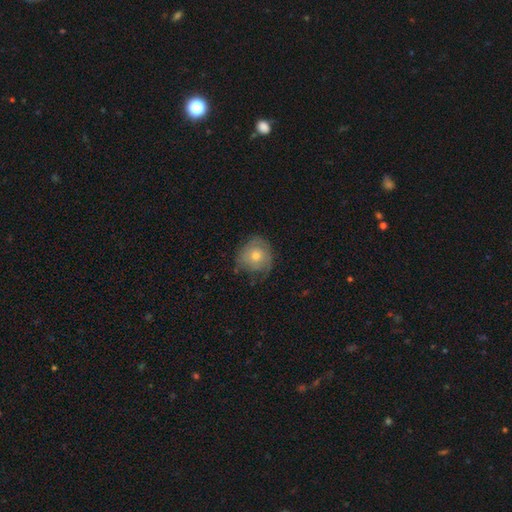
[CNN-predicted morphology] The model was most divided on "smooth or featured": smooth: 46%, featured or disk: 44%, star or artifact: 9%. More confident: merging — none (66%).